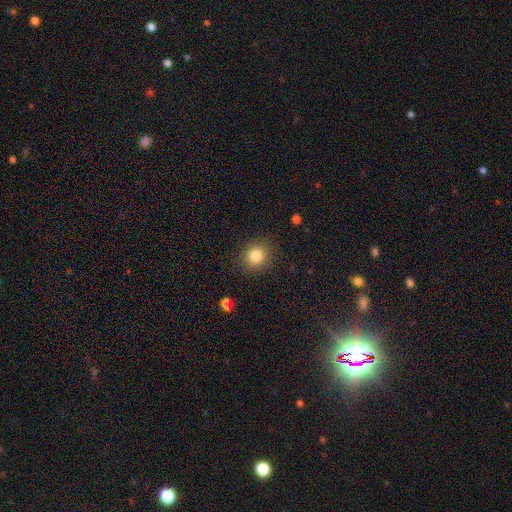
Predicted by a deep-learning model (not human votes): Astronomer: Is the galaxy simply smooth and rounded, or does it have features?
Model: smooth — 83%.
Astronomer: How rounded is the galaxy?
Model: round — 73%.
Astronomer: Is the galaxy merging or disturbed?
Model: none — 87%.